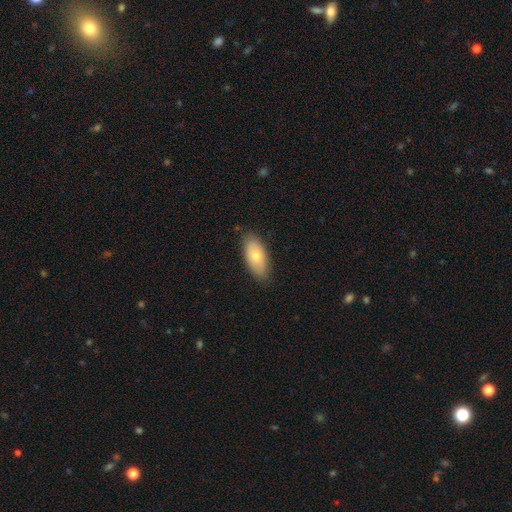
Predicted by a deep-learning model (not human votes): Morphology: type=smooth (69%); roundness=in between (91%); merging=none (80%).